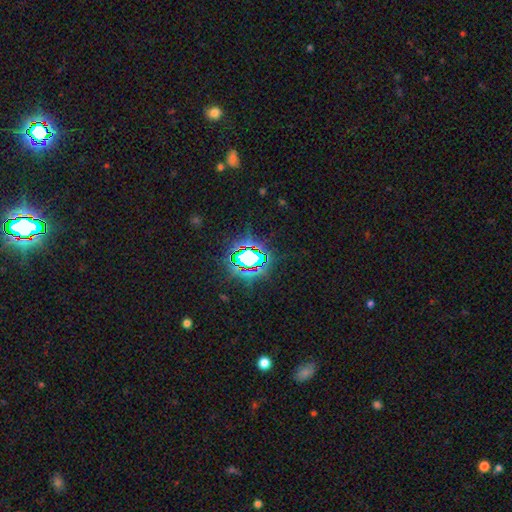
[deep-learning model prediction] A star or artifact, not a galaxy (76%).